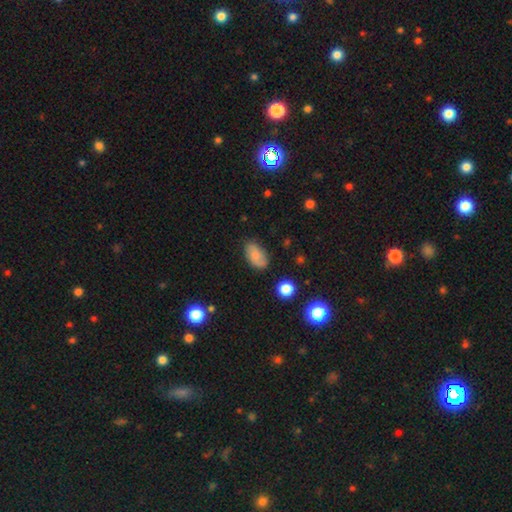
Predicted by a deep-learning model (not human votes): Smooth or featured?
  - smooth: 72% *
  - featured or disk: 19%
  - star or artifact: 9%
How rounded?
  - in between: 92% *
  - round: 6%
  - cigar-shaped: 2%
Merging?
  - none: 76% *
  - minor disturbance: 18%
  - major disturbance: 4%
  - merger: 2%